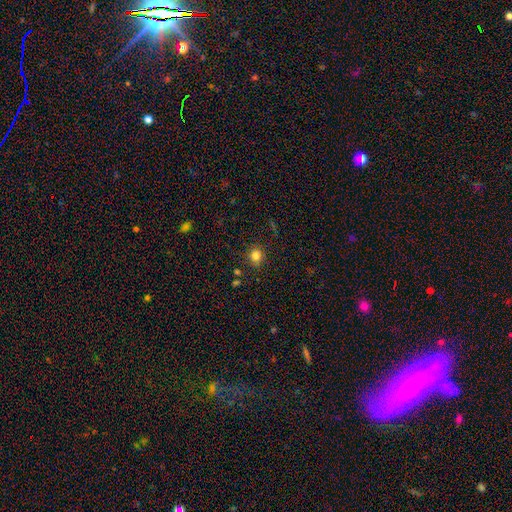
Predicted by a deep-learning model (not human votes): Smooth or featured?
  - smooth: 81% *
  - star or artifact: 13%
  - featured or disk: 6%
How rounded?
  - round: 81% *
  - in between: 18%
  - cigar-shaped: 1%
Merging?
  - none: 86% *
  - minor disturbance: 10%
  - major disturbance: 3%
  - merger: 2%